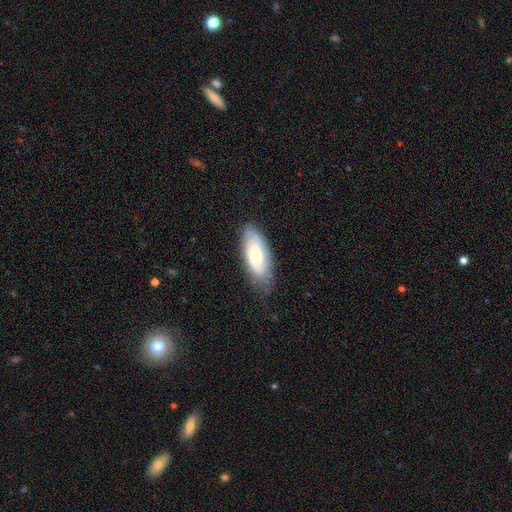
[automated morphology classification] type=smooth (58%); roundness=in between (82%); merging=none (73%).